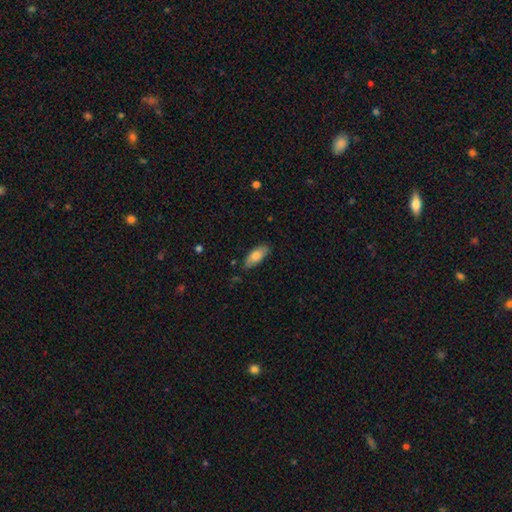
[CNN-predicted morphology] smooth_or_featured: smooth (p=0.78) [alt: featured or disk p=0.16]
how_rounded: in between (p=0.85) [alt: cigar-shaped p=0.13]
merging: none (p=0.77) [alt: minor disturbance p=0.18]